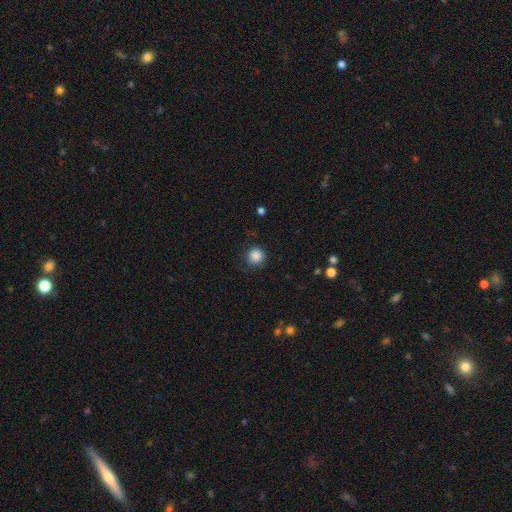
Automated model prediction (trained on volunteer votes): Morphology: type=smooth (87%); roundness=round (93%); merging=none (81%).